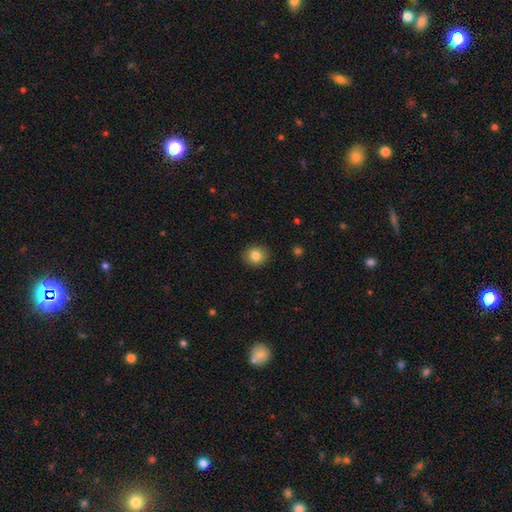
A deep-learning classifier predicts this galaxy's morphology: Smooth or featured: smooth — 84% (star or artifact — 9%)
How rounded: round — 83% (in between — 16%)
Merging: none — 90% (minor disturbance — 7%)